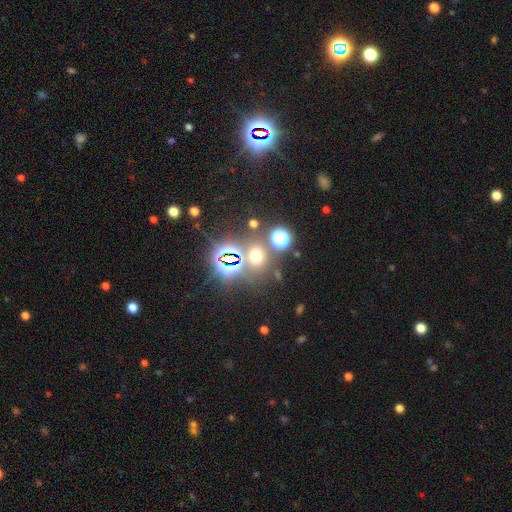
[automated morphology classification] A star or artifact, not a galaxy (46%).

Vote fractions:
- Smooth or featured? star or artifact: 46% / smooth: 45% / featured or disk: 9%